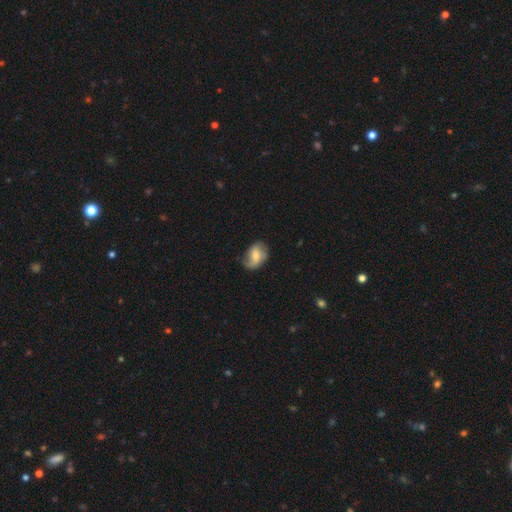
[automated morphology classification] Overall: featured or disk (47%; smooth 46%). Merging: none (53%; minor disturbance 31%).